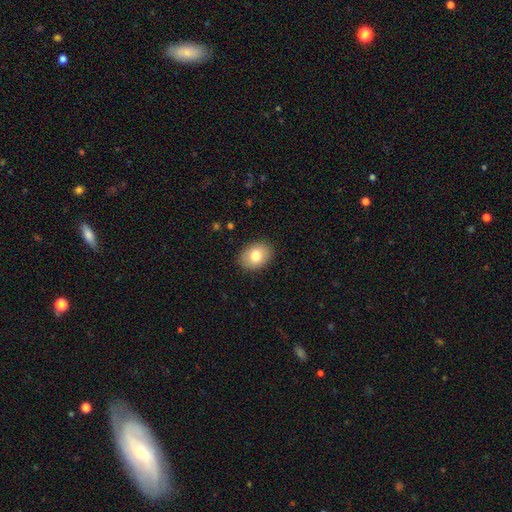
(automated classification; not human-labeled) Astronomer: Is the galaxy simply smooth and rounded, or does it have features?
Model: smooth — 80%.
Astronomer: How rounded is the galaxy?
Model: in between — 72%.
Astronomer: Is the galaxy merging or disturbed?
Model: none — 89%.